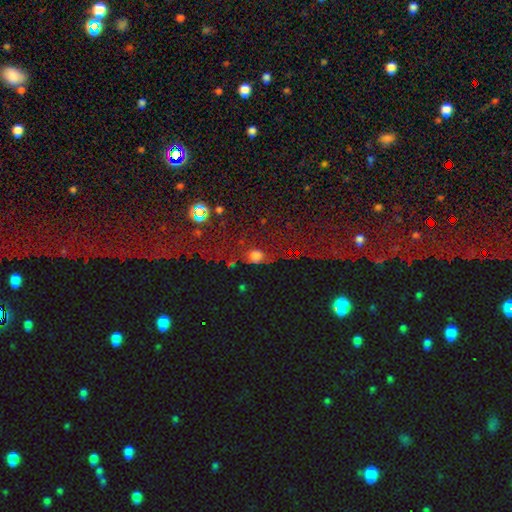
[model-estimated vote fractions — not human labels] Smooth or featured? Predicted: smooth (p=0.52). How rounded? Predicted: round (p=0.62). Merging? Predicted: none (p=0.45).